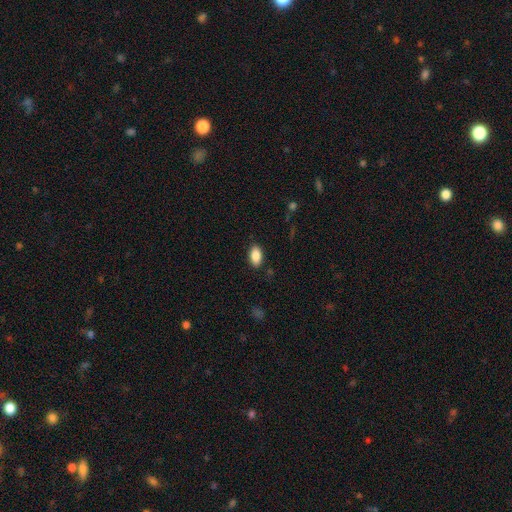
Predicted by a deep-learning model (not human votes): smooth_or_featured: smooth (p=0.88) [alt: star or artifact p=0.07]
how_rounded: in between (p=0.92) [alt: round p=0.04]
merging: none (p=0.87) [alt: minor disturbance p=0.10]